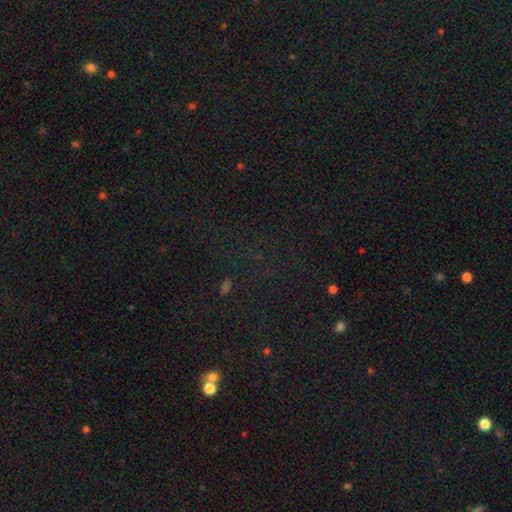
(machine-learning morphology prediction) A star or artifact, not a galaxy (70%).

Vote fractions:
- Smooth or featured? star or artifact: 70% / smooth: 21% / featured or disk: 9%